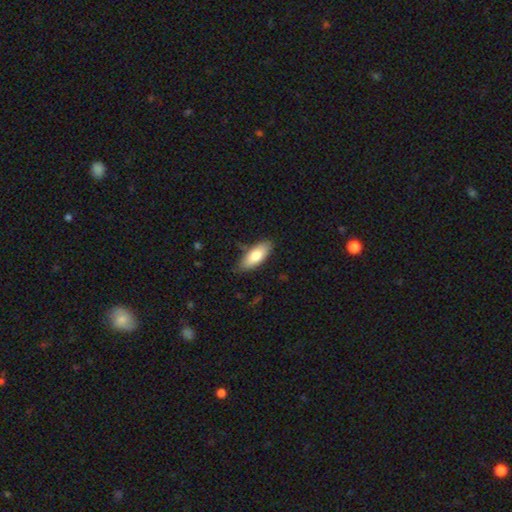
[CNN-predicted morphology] A smooth galaxy with no disk features (78%) that is in between round and cigar-shaped (79%).

Vote fractions:
- Smooth or featured? smooth: 78% / featured or disk: 16% / star or artifact: 6%
- How rounded? in between: 79% / cigar-shaped: 19% / round: 2%
- Merging? none: 78% / minor disturbance: 18% / major disturbance: 3% / merger: 2%